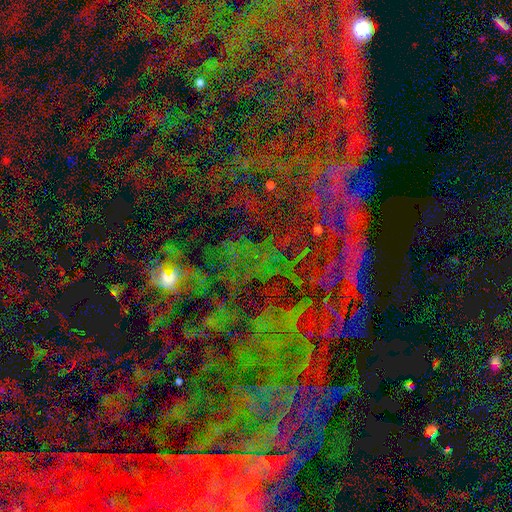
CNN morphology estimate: Smooth or featured? star or artifact (78%)